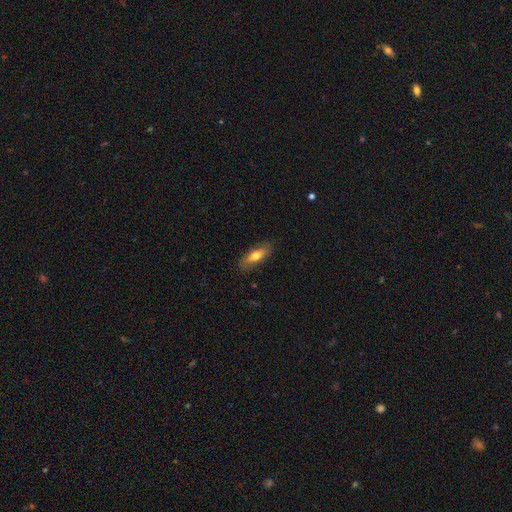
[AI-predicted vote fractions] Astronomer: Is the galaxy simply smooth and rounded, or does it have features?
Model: smooth — 66%.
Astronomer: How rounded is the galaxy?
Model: in between — 64%.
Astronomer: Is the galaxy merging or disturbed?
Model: none — 84%.